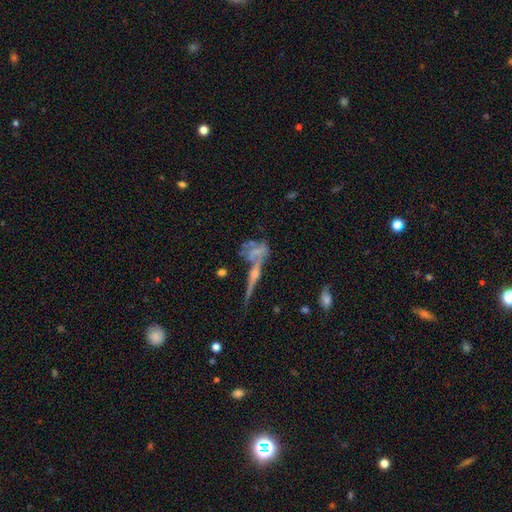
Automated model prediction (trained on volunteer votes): Morphology: type=featured or disk (58%); edge-on=yes (55%); merging=merger (38%).